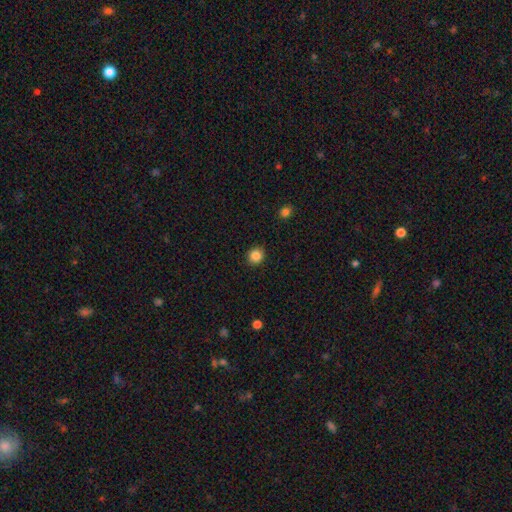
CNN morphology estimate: Q: Smooth or featured?
A: smooth (86%); runner-up: star or artifact (11%)
Q: How rounded?
A: round (88%); runner-up: in between (11%)
Q: Merging?
A: none (92%); runner-up: minor disturbance (6%)